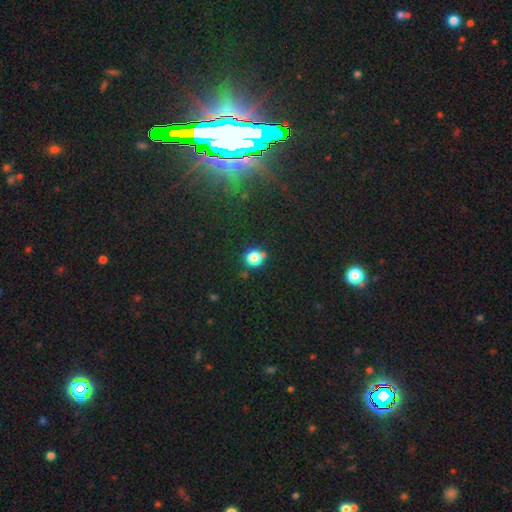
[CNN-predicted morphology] The model was most divided on "smooth or featured": star or artifact: 84%, featured or disk: 8%, smooth: 7%.